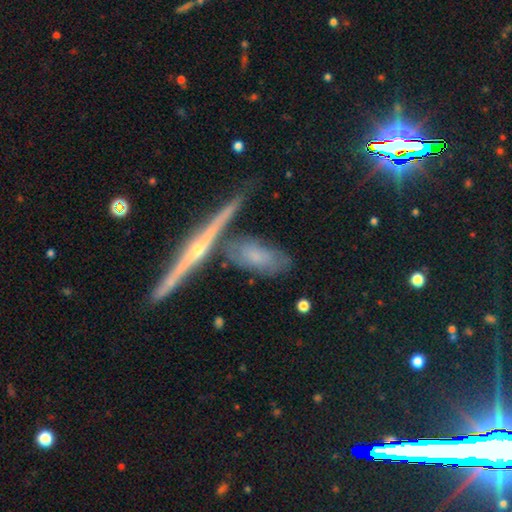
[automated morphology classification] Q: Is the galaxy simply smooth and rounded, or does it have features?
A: featured or disk — 54%.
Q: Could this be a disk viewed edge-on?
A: yes — 79%.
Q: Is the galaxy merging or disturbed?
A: none — 61%.